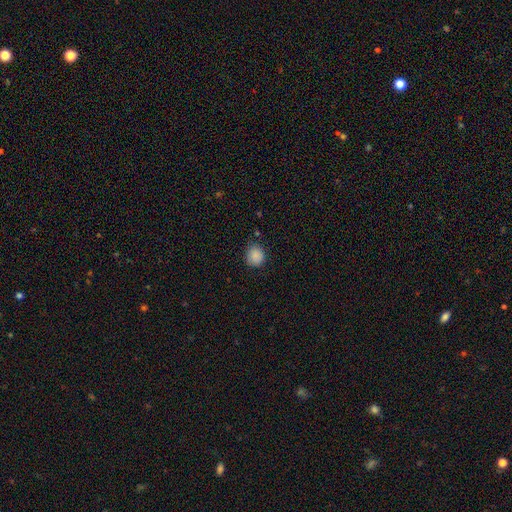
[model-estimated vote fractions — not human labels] The model was most divided on "how rounded": round: 83%, in between: 17%, cigar-shaped: 1%. More confident: smooth or featured — smooth (87%); merging — none (82%).